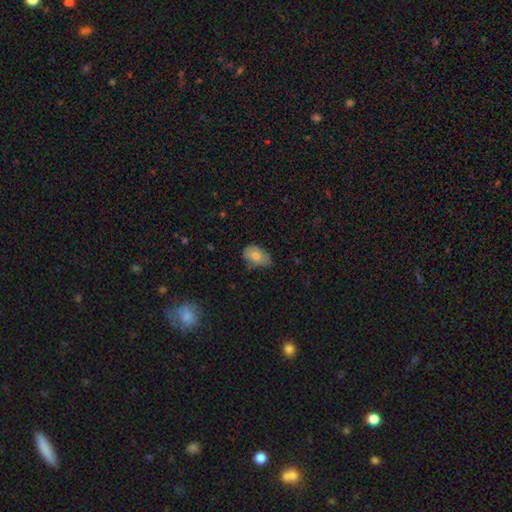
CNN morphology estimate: The model was most divided on "merging": none: 63%, minor disturbance: 30%, major disturbance: 5%, merger: 2%. More confident: how rounded — in between (84%); smooth or featured — smooth (72%).